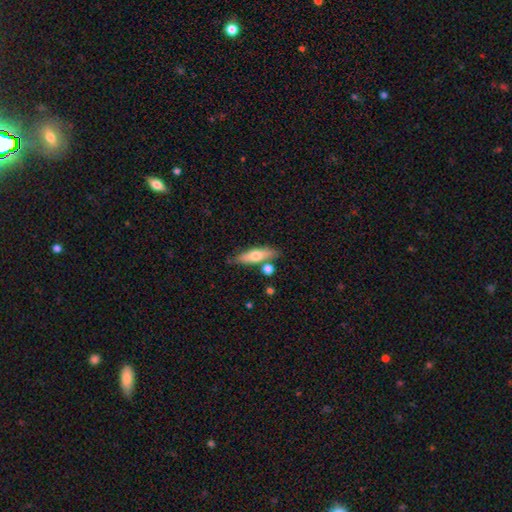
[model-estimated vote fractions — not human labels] Morphology: type=smooth (60%); roundness=cigar-shaped (60%); merging=none (73%).